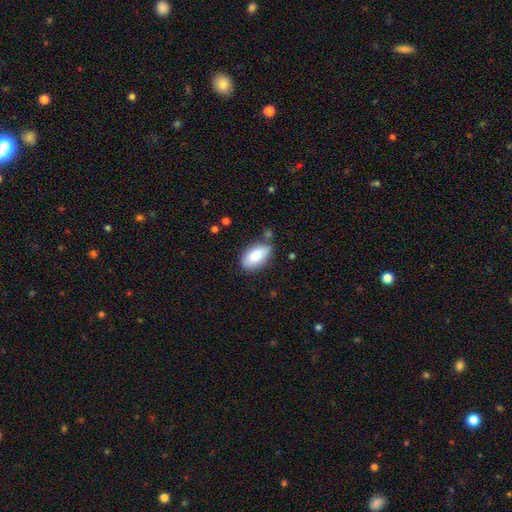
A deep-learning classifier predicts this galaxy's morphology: The model was most divided on "merging": none: 73%, minor disturbance: 18%, merger: 5%, major disturbance: 4%. More confident: how rounded — in between (92%); smooth or featured — smooth (83%).